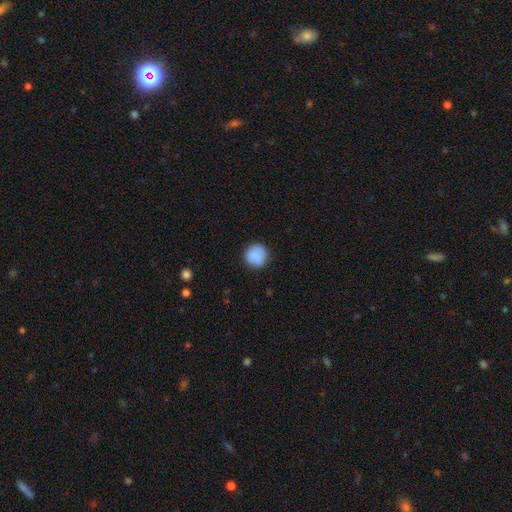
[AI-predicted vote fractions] smooth 84%, star or artifact 8%, featured or disk 8%. Down the decision tree: how rounded — round (93%); merging — none (85%).